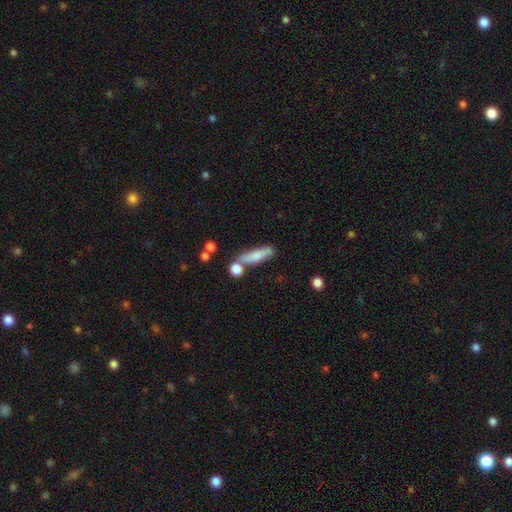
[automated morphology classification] smooth_or_featured: smooth (p=0.72) [alt: featured or disk p=0.21]
how_rounded: cigar-shaped (p=0.64) [alt: in between p=0.32]
merging: none (p=0.62) [alt: minor disturbance p=0.16]